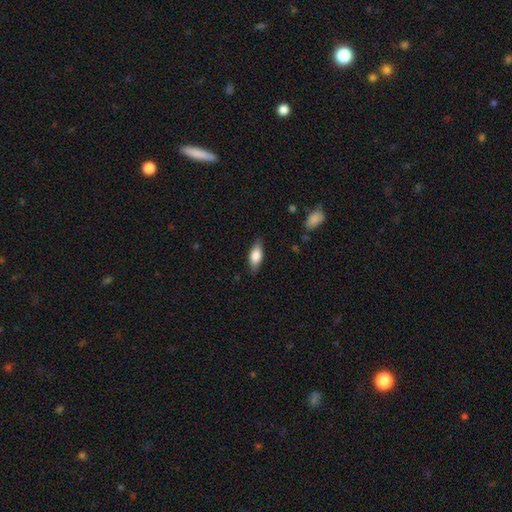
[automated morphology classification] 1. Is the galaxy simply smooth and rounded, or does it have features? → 79% smooth, 14% featured or disk, 6% star or artifact.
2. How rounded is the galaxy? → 81% in between, 16% cigar-shaped, 3% round.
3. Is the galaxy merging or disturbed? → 83% none, 13% minor disturbance, 3% major disturbance, 1% merger.